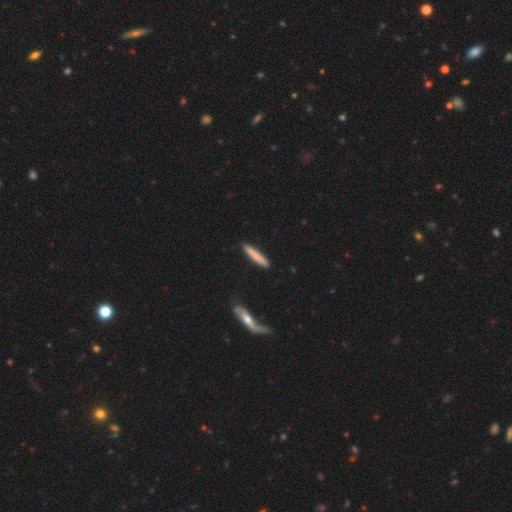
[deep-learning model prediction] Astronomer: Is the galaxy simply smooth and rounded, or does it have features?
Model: smooth — 74%.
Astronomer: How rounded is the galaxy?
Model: cigar-shaped — 92%.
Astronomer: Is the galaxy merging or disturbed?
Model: none — 85%.